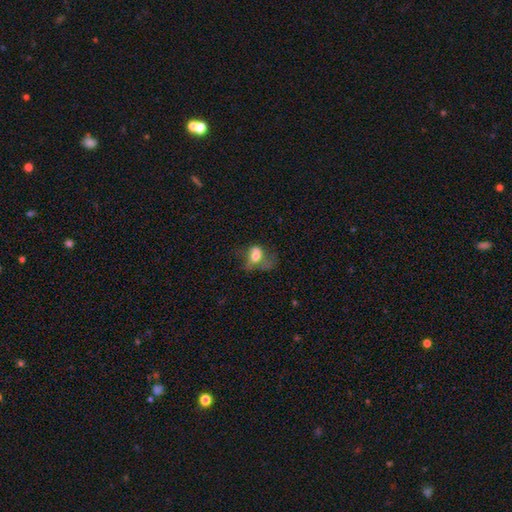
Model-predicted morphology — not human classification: type=smooth (57%); roundness=in between (72%); merging=major disturbance (48%).